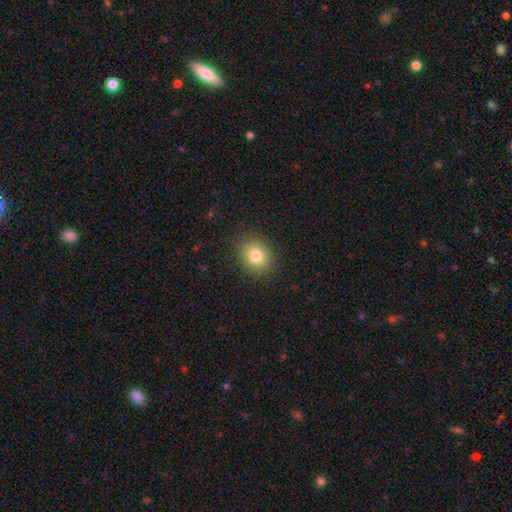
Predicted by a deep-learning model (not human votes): Smooth or featured? Predicted: smooth (p=0.81). How rounded? Predicted: round (p=0.63). Merging? Predicted: none (p=0.88).